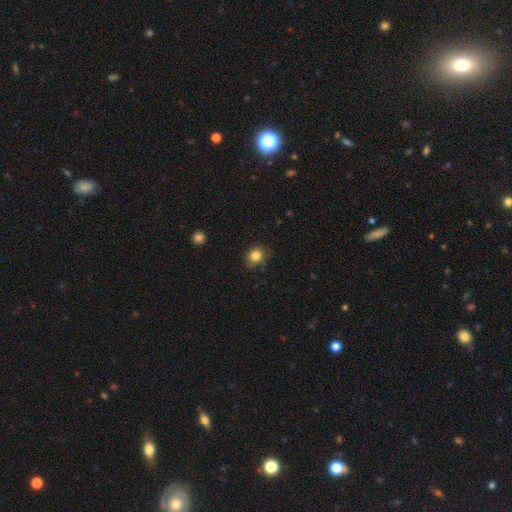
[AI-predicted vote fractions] Smooth or featured? Predicted: smooth (p=0.83). How rounded? Predicted: round (p=0.73). Merging? Predicted: none (p=0.76).